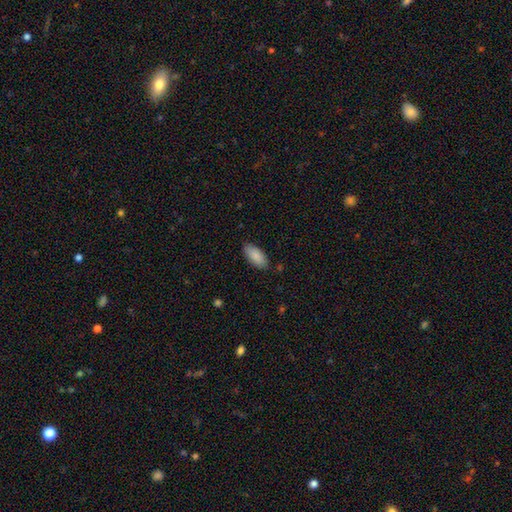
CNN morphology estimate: Smooth or featured? Predicted: smooth (p=0.89). How rounded? Predicted: in between (p=0.89). Merging? Predicted: none (p=0.85).